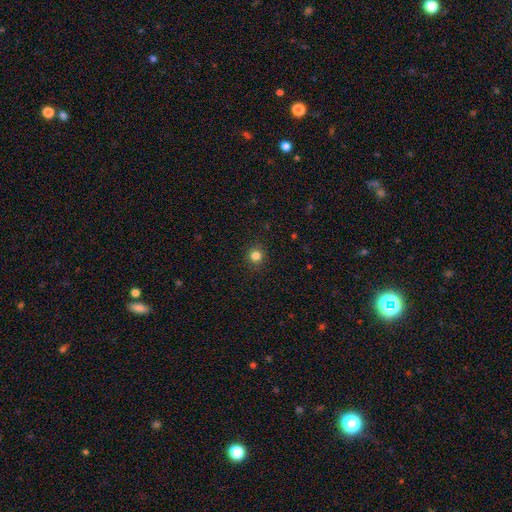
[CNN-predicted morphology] smooth 83%, star or artifact 13%, featured or disk 5%. Down the decision tree: how rounded — round (93%); merging — none (92%).